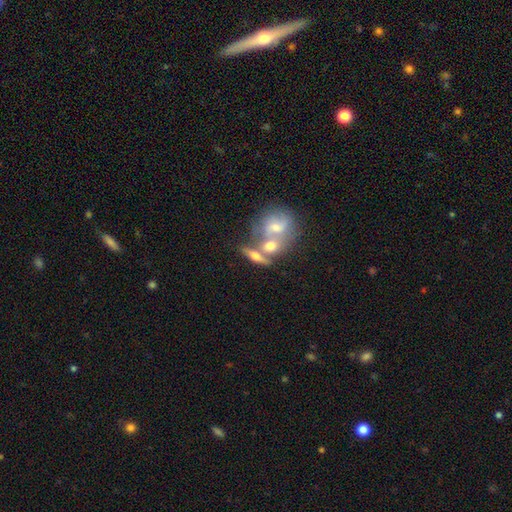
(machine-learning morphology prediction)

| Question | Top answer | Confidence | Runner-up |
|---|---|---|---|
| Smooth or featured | featured or disk | 50% | smooth (41%) |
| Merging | none | 45% | merger (40%) |